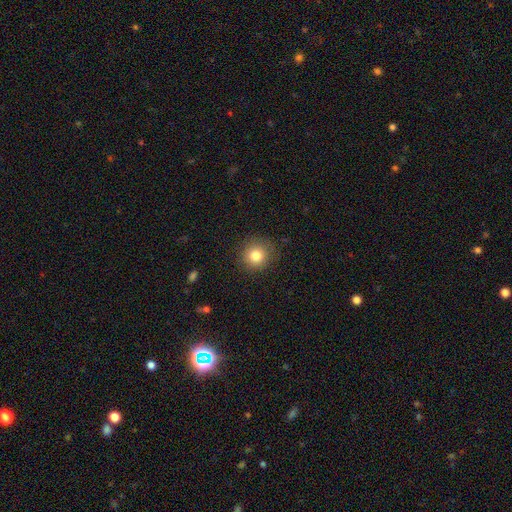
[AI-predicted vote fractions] smooth_or_featured: smooth (p=0.82) [alt: star or artifact p=0.11]
how_rounded: round (p=0.92) [alt: in between p=0.07]
merging: none (p=0.87) [alt: minor disturbance p=0.09]